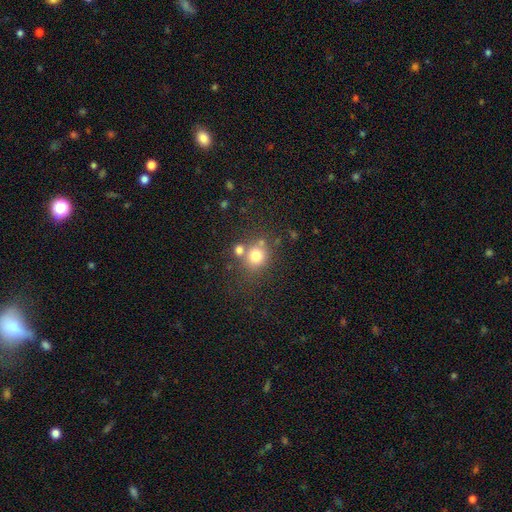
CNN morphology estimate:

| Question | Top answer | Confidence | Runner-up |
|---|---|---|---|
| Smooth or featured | smooth | 76% | star or artifact (14%) |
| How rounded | round | 80% | in between (19%) |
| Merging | none | 61% | merger (24%) |